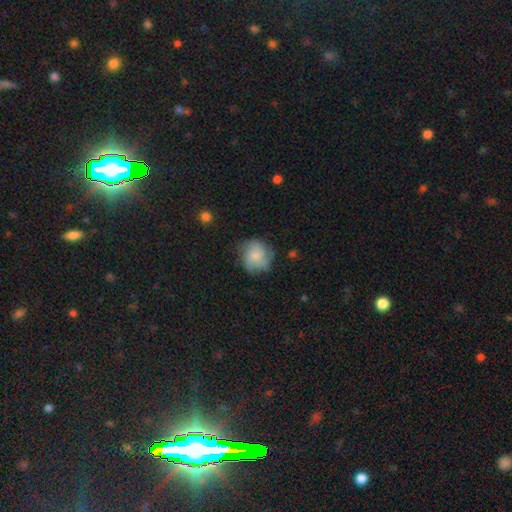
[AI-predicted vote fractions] Q: Smooth or featured?
A: smooth (48%); runner-up: featured or disk (44%)
Q: Merging?
A: none (70%); runner-up: minor disturbance (21%)